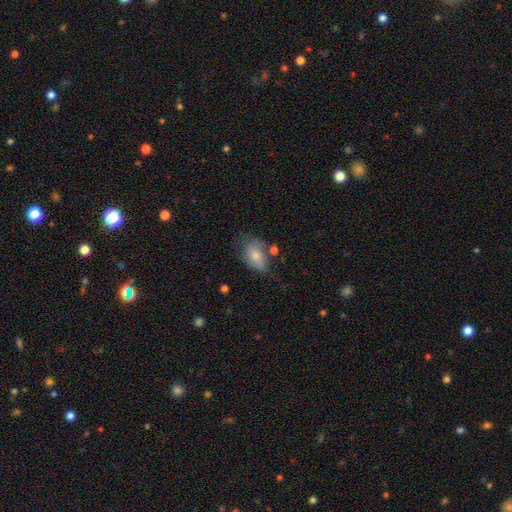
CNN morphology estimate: A smooth galaxy with no disk features (74%) that is in between round and cigar-shaped (89%).

Vote fractions:
- Smooth or featured? smooth: 74% / featured or disk: 19% / star or artifact: 7%
- How rounded? in between: 89% / round: 9% / cigar-shaped: 2%
- Merging? none: 49% / minor disturbance: 29% / major disturbance: 12% / merger: 10%